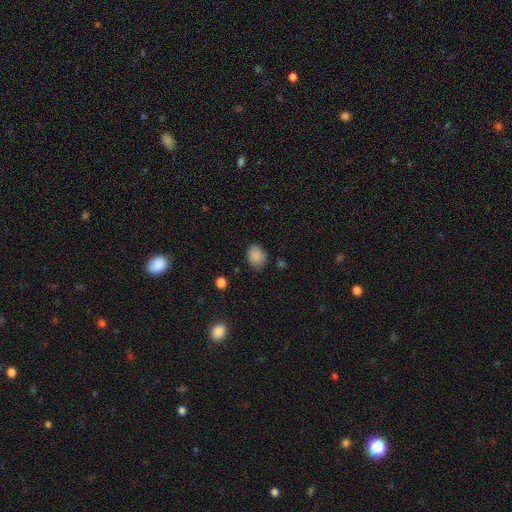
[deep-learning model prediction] Morphology: type=smooth (86%); roundness=in between (55%); merging=none (74%).